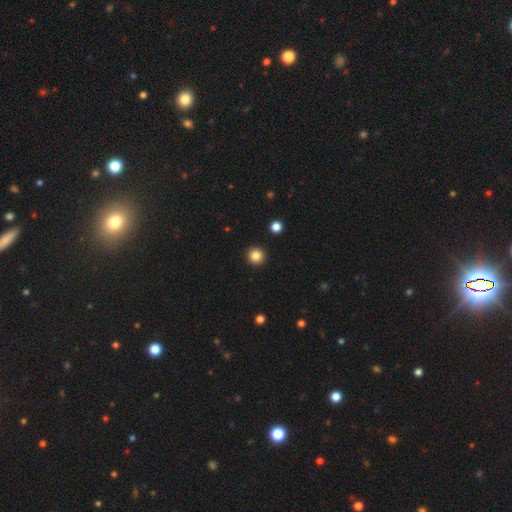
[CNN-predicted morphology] smooth_or_featured: smooth (p=0.86) [alt: star or artifact p=0.11]
how_rounded: round (p=0.96) [alt: in between p=0.03]
merging: none (p=0.94) [alt: minor disturbance p=0.04]